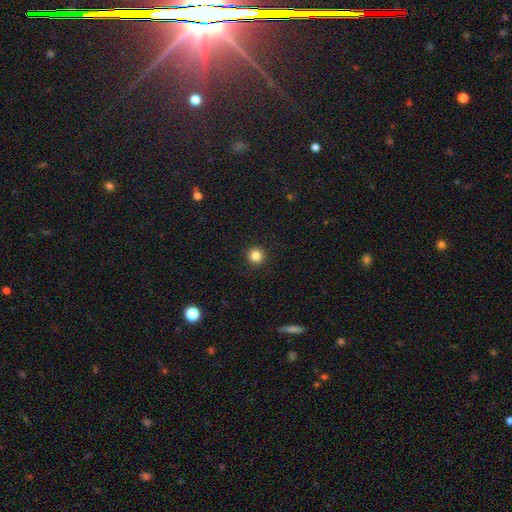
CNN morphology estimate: Smooth or featured? Predicted: smooth (p=0.84). How rounded? Predicted: round (p=0.96). Merging? Predicted: none (p=0.93).